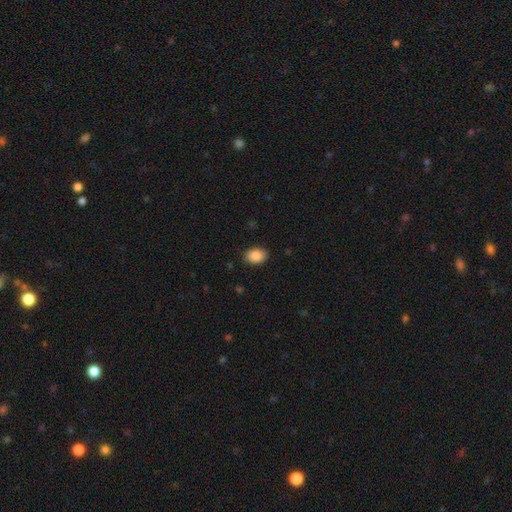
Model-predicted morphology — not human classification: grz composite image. It shows a smooth galaxy with no disk features (89%) that is in between round and cigar-shaped (75%). Merging: none (87%).